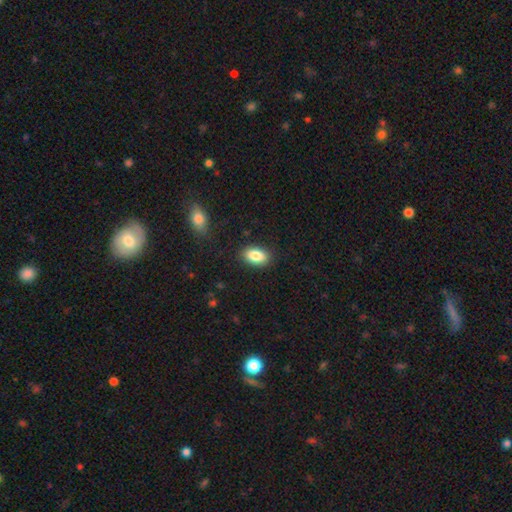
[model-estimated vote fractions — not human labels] Overall: smooth (86%). How rounded: in between (91%). Merging: none (88%).